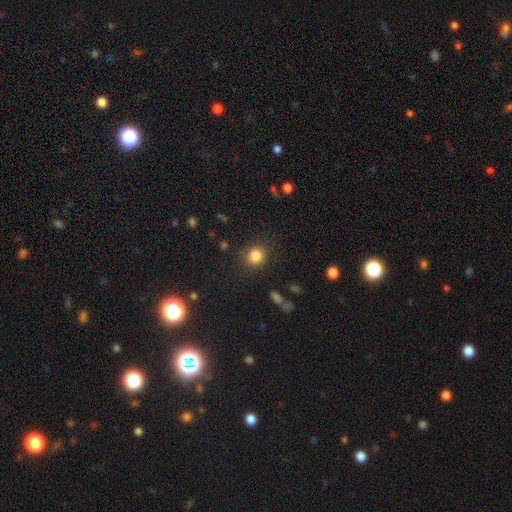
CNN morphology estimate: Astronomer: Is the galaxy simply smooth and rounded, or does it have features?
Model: smooth — 84%.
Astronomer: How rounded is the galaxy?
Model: round — 82%.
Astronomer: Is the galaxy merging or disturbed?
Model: none — 83%.